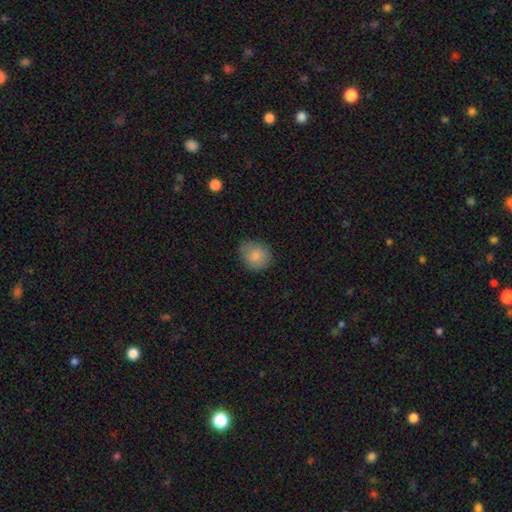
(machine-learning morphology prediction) Smooth or featured? Predicted: smooth (p=0.84). How rounded? Predicted: round (p=0.72). Merging? Predicted: none (p=0.78).